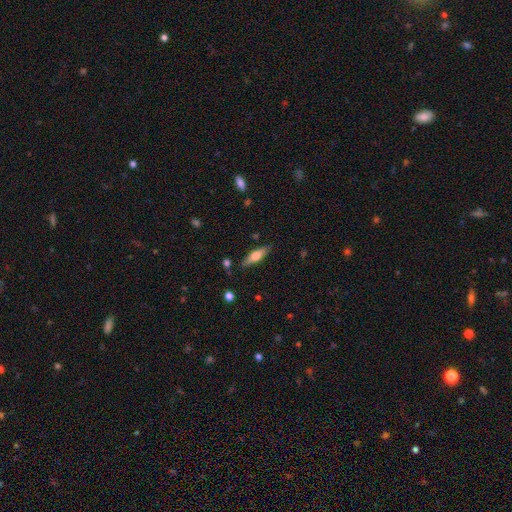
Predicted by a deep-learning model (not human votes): Smooth or featured: smooth — 49% (featured or disk — 45%)
Merging: none — 84% (minor disturbance — 11%)